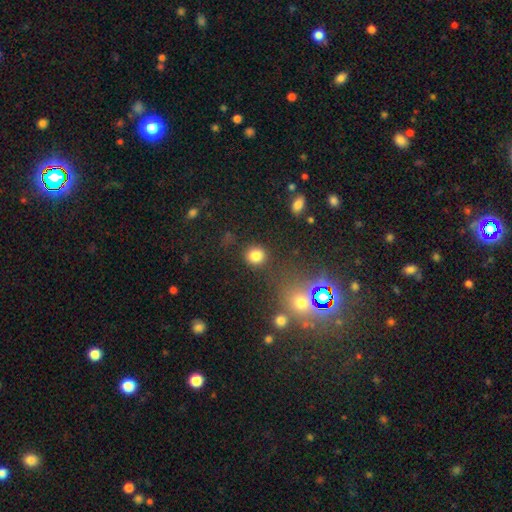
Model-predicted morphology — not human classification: Smooth or featured? smooth (82%)
How rounded? round (85%)
Merging? none (84%)